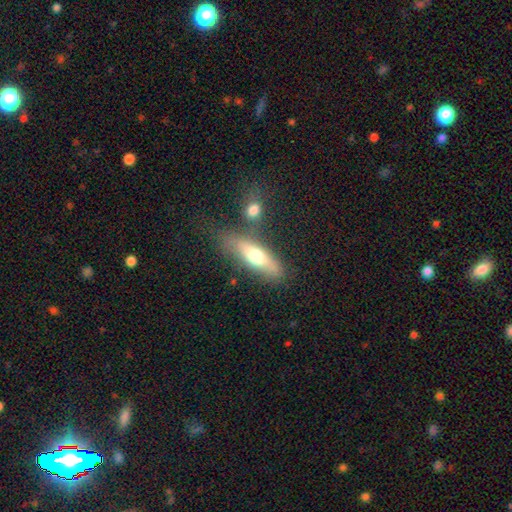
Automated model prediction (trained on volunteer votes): A smooth galaxy with no disk features (61%) that is cigar-shaped (51%). Merging: none (60%).